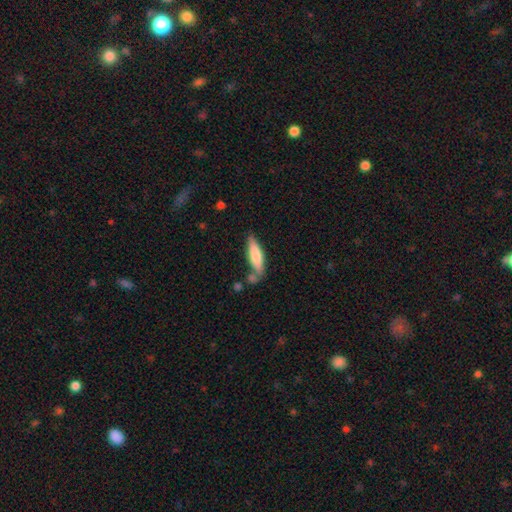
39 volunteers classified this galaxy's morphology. smooth_or_featured: smooth (p=0.69) [alt: featured or disk p=0.26]
how_rounded: cigar-shaped (p=0.67) [alt: in between p=0.33]
merging: none (p=0.59) [alt: merger p=0.22]